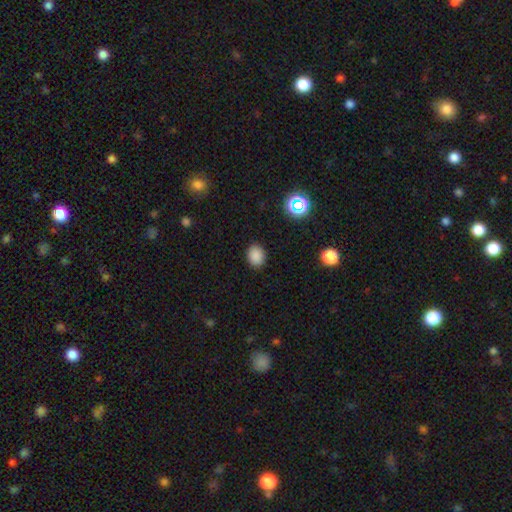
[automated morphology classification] The model was most divided on "how rounded": in between: 52%, round: 48%, cigar-shaped: 1%. More confident: merging — none (88%); smooth or featured — smooth (84%).